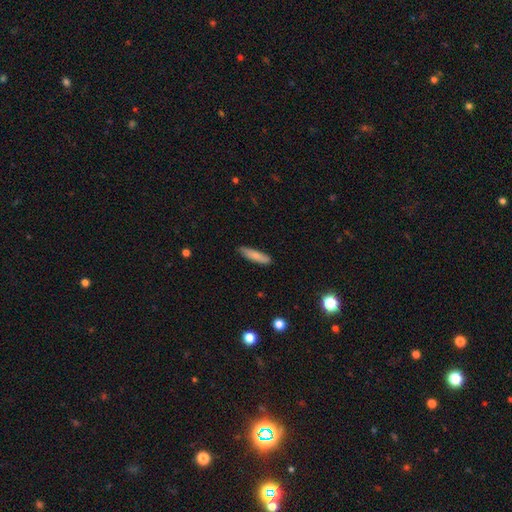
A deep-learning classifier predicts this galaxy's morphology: Smooth or featured? Predicted: smooth (p=0.82). How rounded? Predicted: cigar-shaped (p=0.79). Merging? Predicted: none (p=0.84).